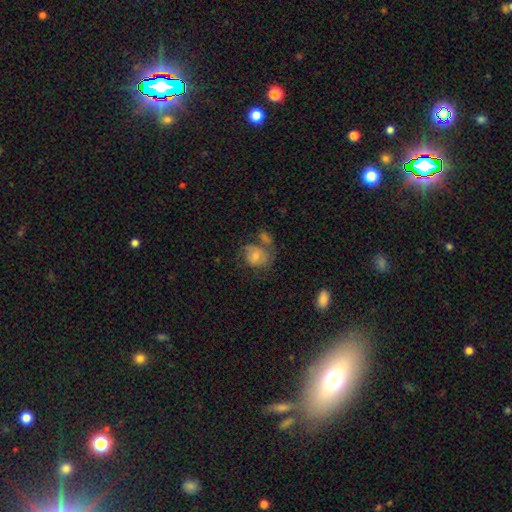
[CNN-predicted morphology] A featured or disk galaxy (48%).

Vote fractions:
- Smooth or featured? featured or disk: 48% / smooth: 40% / star or artifact: 12%
- Merging? none: 43% / merger: 22% / minor disturbance: 19% / major disturbance: 16%